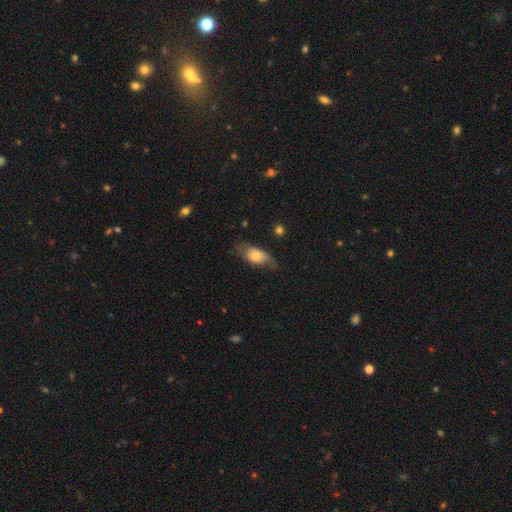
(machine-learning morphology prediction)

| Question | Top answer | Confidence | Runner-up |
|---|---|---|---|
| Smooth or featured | smooth | 58% | featured or disk (35%) |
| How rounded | in between | 86% | round (7%) |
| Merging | none | 55% | minor disturbance (30%) |